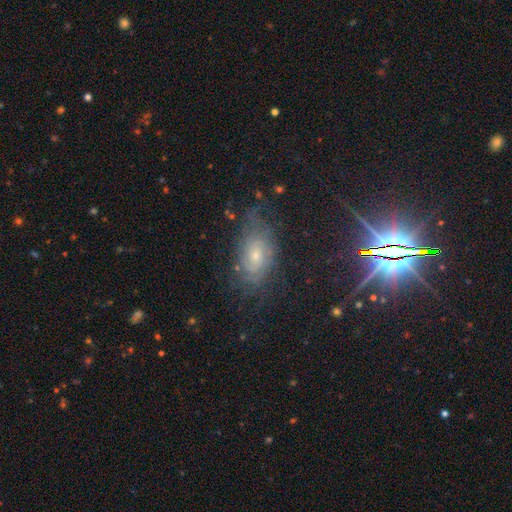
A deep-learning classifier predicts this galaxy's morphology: This is possibly a featured or disk galaxy (52%). It is clearly not viewed edge-on (87%). Merging: likely none (66%).